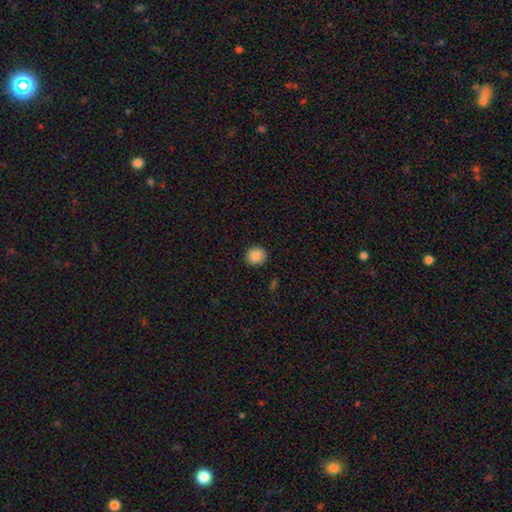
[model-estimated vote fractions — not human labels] Morphology: type=smooth (87%); roundness=round (83%); merging=none (91%).